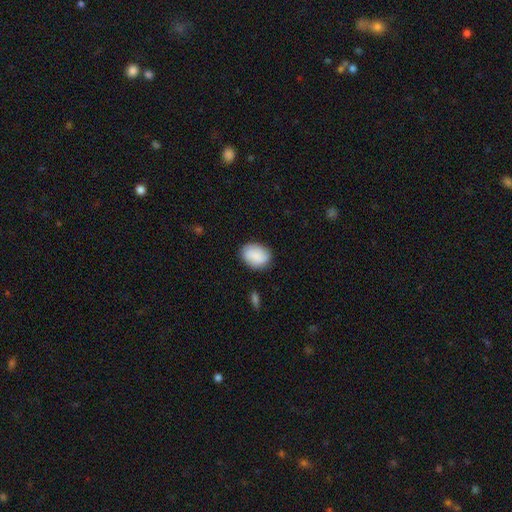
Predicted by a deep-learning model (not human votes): Smooth or featured: smooth — 85% (featured or disk — 8%)
How rounded: in between — 68% (round — 31%)
Merging: none — 83% (minor disturbance — 13%)